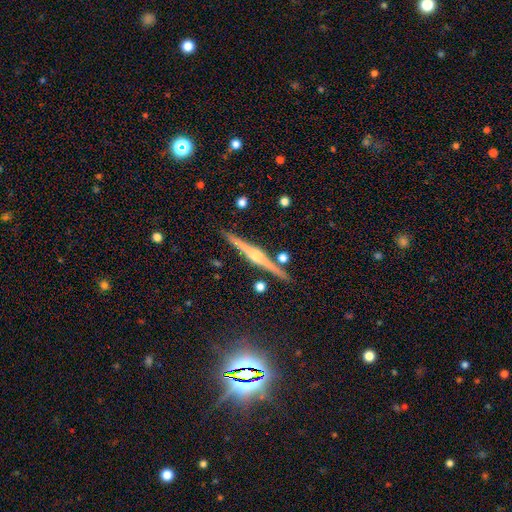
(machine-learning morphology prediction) Smooth or featured? Predicted: featured or disk (p=0.82). Edge-on disk? Predicted: yes (p=0.98). Edge-on bulge? Predicted: rounded (p=0.87). Merging? Predicted: none (p=0.90).